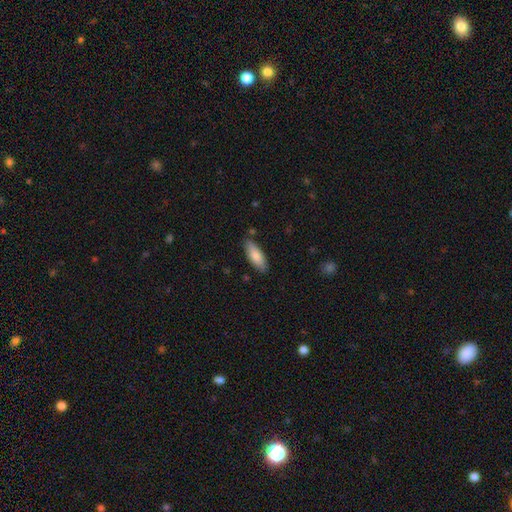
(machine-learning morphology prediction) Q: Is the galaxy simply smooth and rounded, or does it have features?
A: smooth — 82%.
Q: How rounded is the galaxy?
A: in between — 68%.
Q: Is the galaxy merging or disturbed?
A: none — 83%.